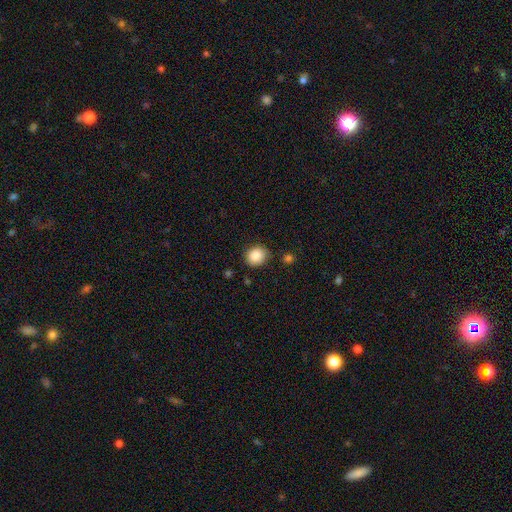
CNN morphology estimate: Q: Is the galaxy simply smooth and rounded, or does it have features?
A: smooth — 87%.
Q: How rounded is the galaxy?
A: round — 74%.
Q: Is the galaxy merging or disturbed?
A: none — 83%.